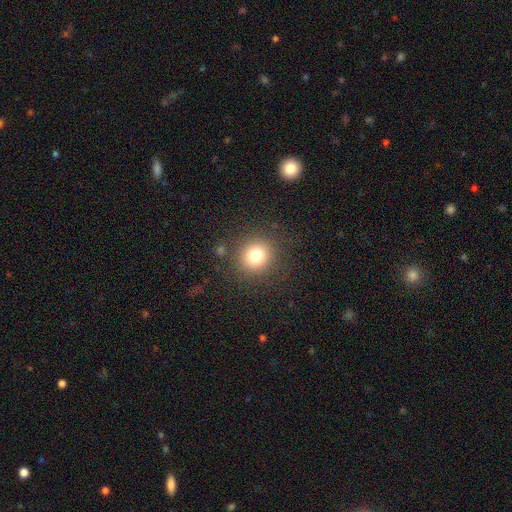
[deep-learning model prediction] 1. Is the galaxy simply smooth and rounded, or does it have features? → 78% smooth, 13% star or artifact, 9% featured or disk.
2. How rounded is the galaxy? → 90% round, 9% in between, 1% cigar-shaped.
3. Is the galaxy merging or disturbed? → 87% none, 8% minor disturbance, 4% major disturbance, 2% merger.